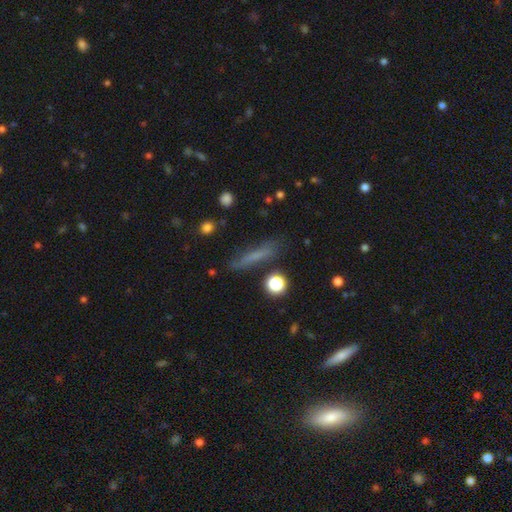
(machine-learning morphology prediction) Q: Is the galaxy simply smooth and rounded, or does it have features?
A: smooth — 61%.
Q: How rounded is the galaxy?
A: cigar-shaped — 85%.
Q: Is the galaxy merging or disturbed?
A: none — 77%.